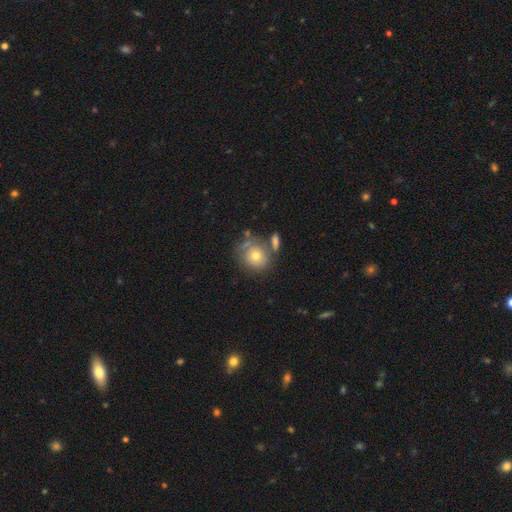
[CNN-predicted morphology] Overall: smooth (66%). How rounded: round (80%). Merging: none (54%; merger 19%).